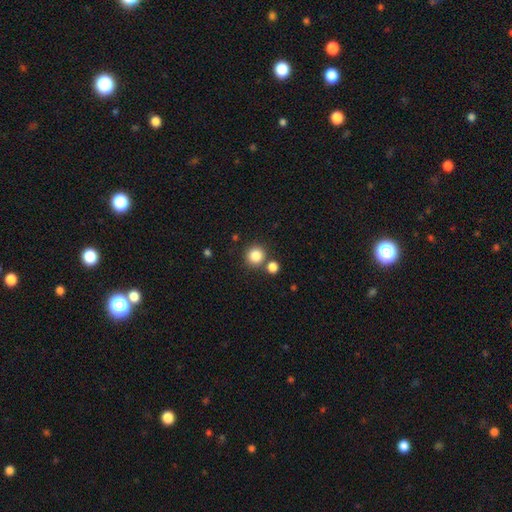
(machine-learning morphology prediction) A smooth galaxy with no disk features (84%) that is round (92%). Merging: none (76%).